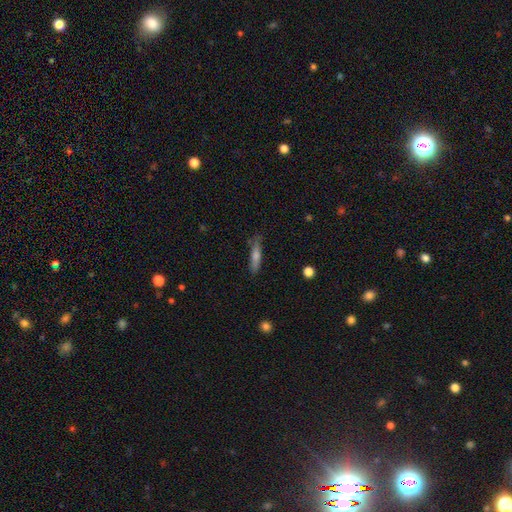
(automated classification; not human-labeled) This appears to be a smooth galaxy with no disk features (54%) that is cigar-shaped (85%). Merging: none (81%).